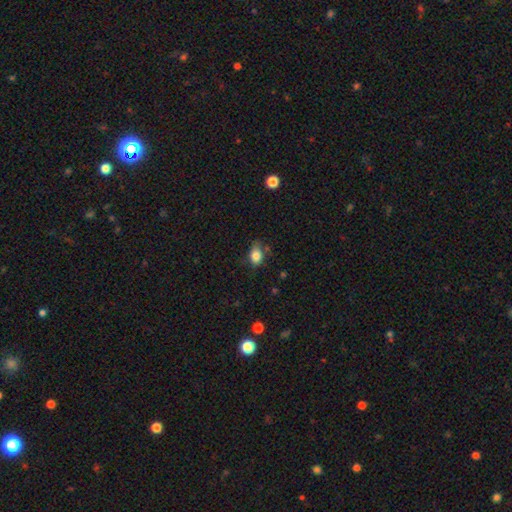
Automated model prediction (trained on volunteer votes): A smooth galaxy with no disk features (83%) that is in between round and cigar-shaped (81%). Merging: none (61%).